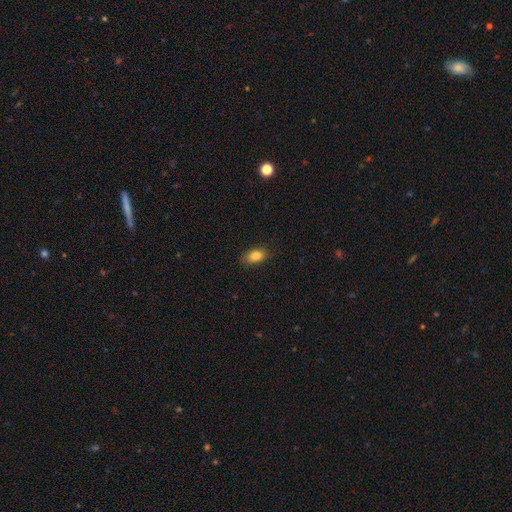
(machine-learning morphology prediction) Overall: smooth (85%). How rounded: in between (87%). Merging: none (83%).